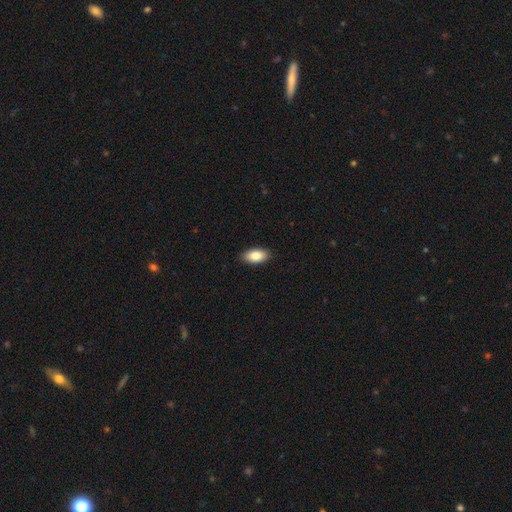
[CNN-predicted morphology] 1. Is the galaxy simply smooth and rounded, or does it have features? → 86% smooth, 7% featured or disk, 6% star or artifact.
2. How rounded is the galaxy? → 93% in between, 5% cigar-shaped, 3% round.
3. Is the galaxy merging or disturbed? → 89% none, 8% minor disturbance, 2% major disturbance, 1% merger.